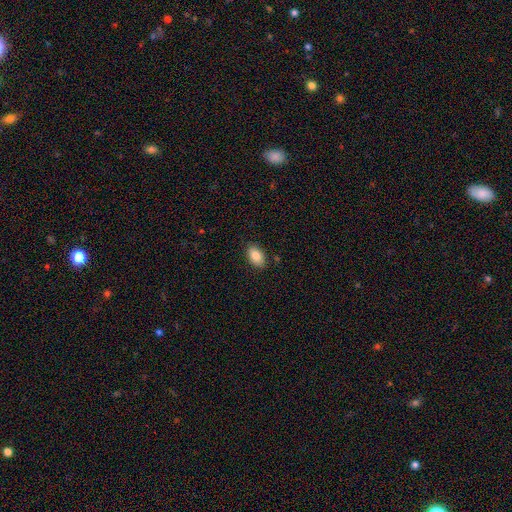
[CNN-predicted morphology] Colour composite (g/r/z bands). It shows a smooth galaxy with no disk features (86%) that is in between round and cigar-shaped (92%). Merging: none (87%).